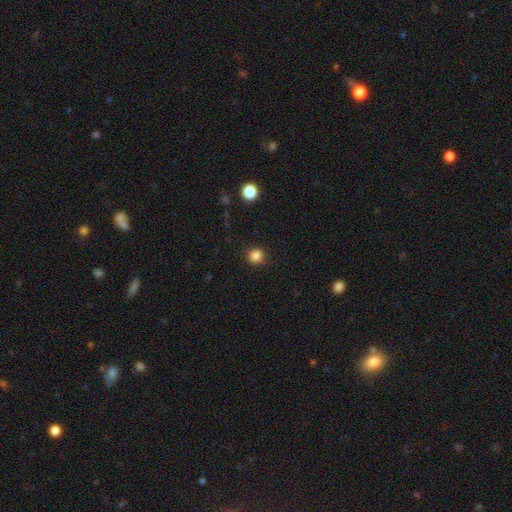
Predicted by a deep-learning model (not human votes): A smooth galaxy with no disk features (84%) that is round (94%).

Vote fractions:
- Smooth or featured? smooth: 84% / star or artifact: 13% / featured or disk: 3%
- How rounded? round: 94% / in between: 5% / cigar-shaped: 1%
- Merging? none: 90% / minor disturbance: 7% / major disturbance: 2% / merger: 1%